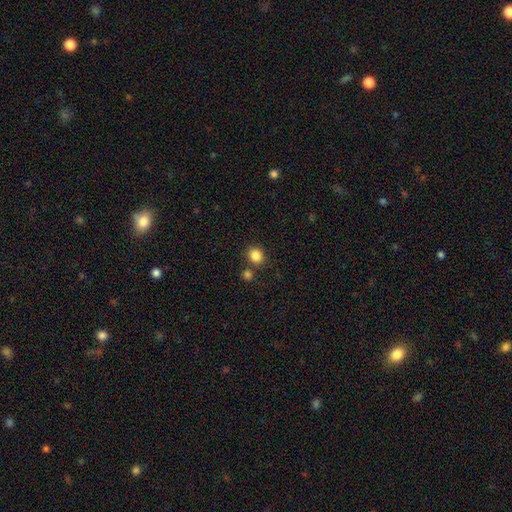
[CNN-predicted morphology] Smooth or featured? Predicted: smooth (p=0.85). How rounded? Predicted: round (p=0.77). Merging? Predicted: none (p=0.76).